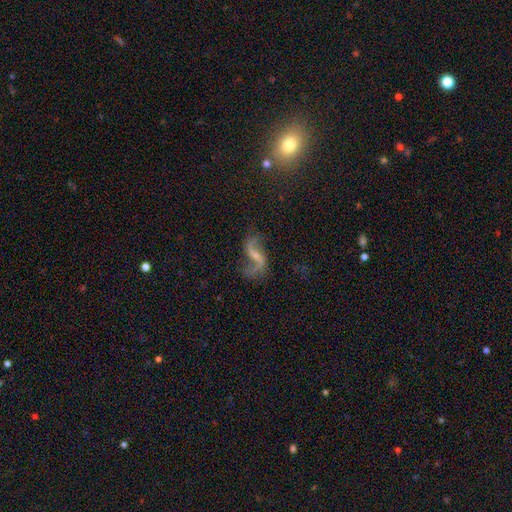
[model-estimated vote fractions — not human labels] The model was most divided on "bar": weak: 44%, no: 38%, strong: 18%. More confident: edge-on disk — no (97%); spiral arms — yes (95%); spiral arm count — 2 (92%); spiral winding — loose (87%); smooth or featured — featured or disk (86%); merging — none (67%); bulge size — small (54%).